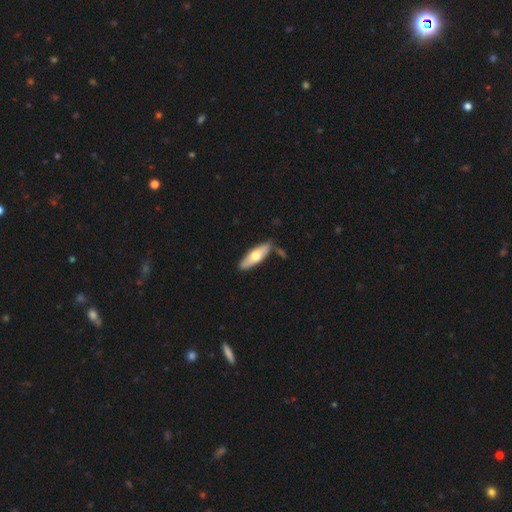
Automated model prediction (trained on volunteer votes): Q: Smooth or featured?
A: smooth (58%); runner-up: featured or disk (37%)
Q: How rounded?
A: in between (53%); runner-up: cigar-shaped (45%)
Q: Merging?
A: none (78%); runner-up: minor disturbance (13%)